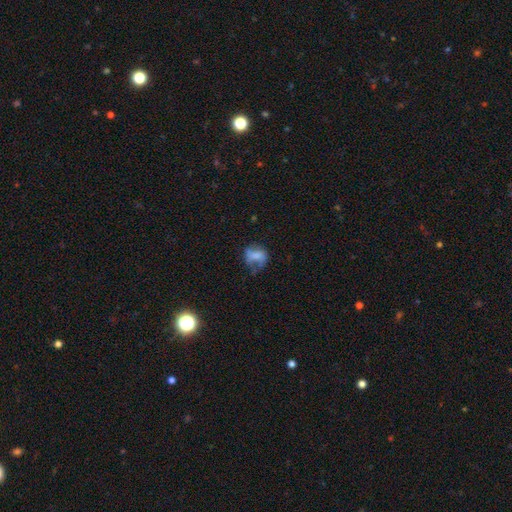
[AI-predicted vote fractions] A smooth galaxy with no disk features (58%) that is in between round and cigar-shaped (52%). Merging: none (38%).